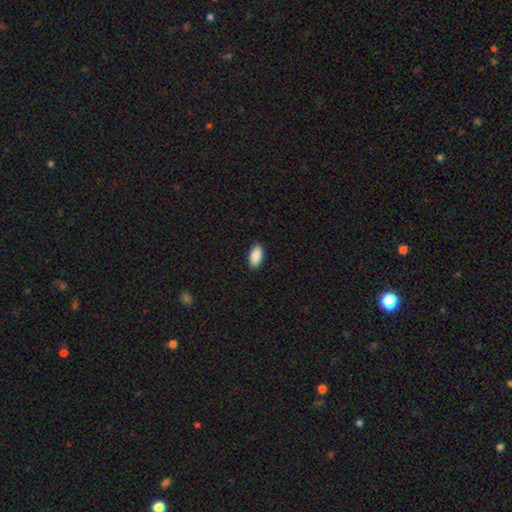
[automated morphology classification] This is clearly a smooth galaxy (90%). How rounded: clearly in between (95%). Merging: clearly none (90%).